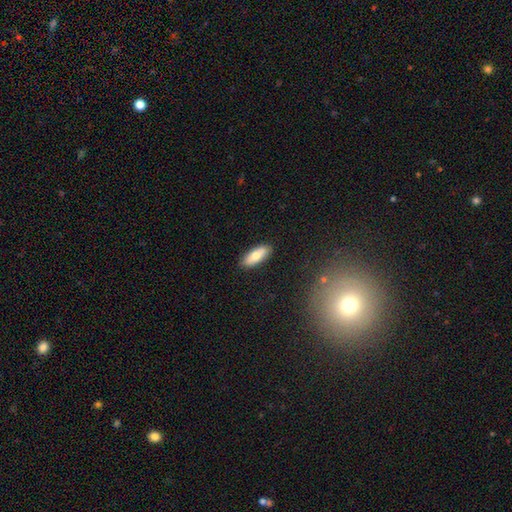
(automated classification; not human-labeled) Smooth or featured?
  - smooth: 72% *
  - featured or disk: 22%
  - star or artifact: 6%
How rounded?
  - in between: 70% *
  - cigar-shaped: 28%
  - round: 2%
Merging?
  - none: 88% *
  - minor disturbance: 9%
  - major disturbance: 2%
  - merger: 1%